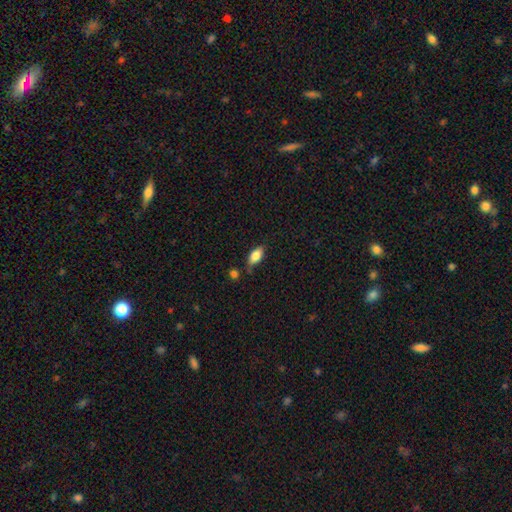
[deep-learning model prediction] smooth_or_featured: smooth (p=0.80) [alt: featured or disk p=0.13]
how_rounded: in between (p=0.88) [alt: cigar-shaped p=0.08]
merging: none (p=0.70) [alt: minor disturbance p=0.18]